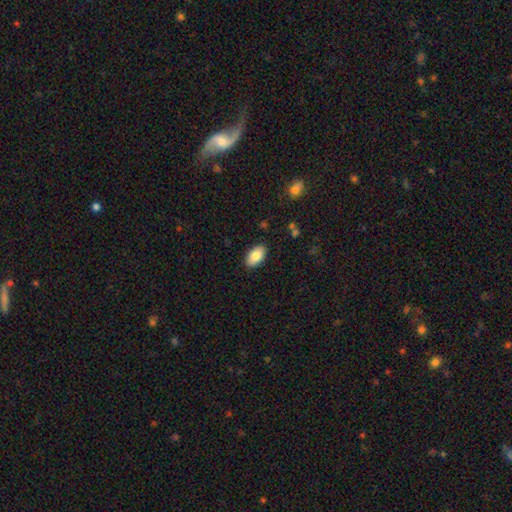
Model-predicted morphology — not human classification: Smooth or featured: smooth — 83% (featured or disk — 10%)
How rounded: in between — 94% (round — 4%)
Merging: none — 89% (minor disturbance — 8%)